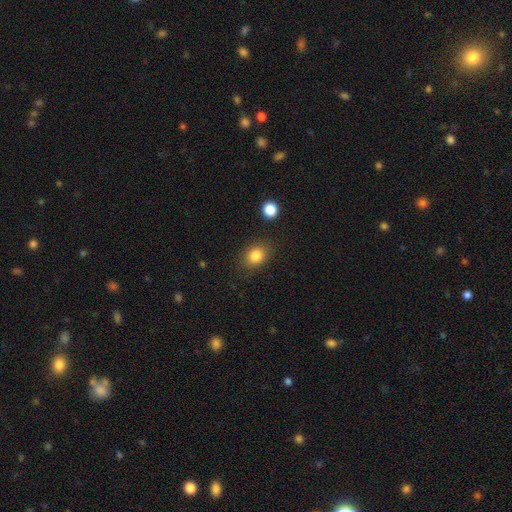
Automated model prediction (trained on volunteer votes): Smooth or featured? Predicted: smooth (p=0.84). How rounded? Predicted: in between (p=0.55). Merging? Predicted: none (p=0.82).